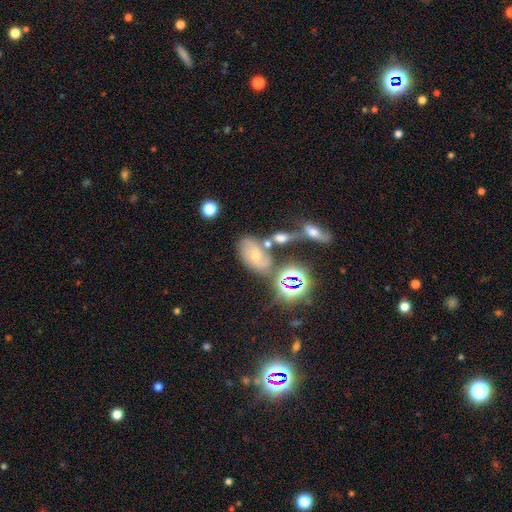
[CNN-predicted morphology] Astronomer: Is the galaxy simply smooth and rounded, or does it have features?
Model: featured or disk — 40% (runner-up: smooth, 37%).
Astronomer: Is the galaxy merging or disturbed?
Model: none — 54%.